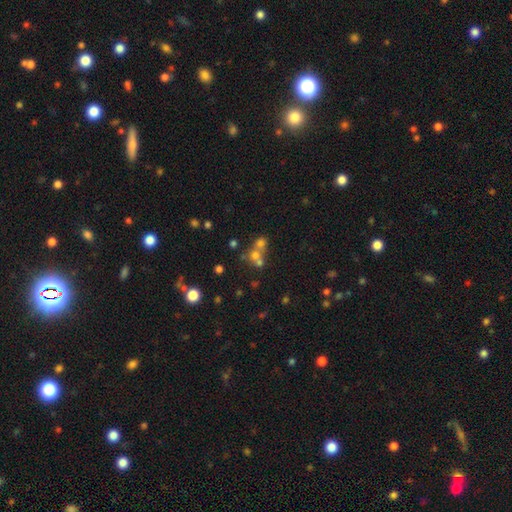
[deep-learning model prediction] smooth-or-featured: smooth: 56% | star or artifact: 23% | featured or disk: 21%
  how-rounded: round: 83% | in between: 16% | cigar-shaped: 1%
  merging: merger: 53% | none: 37% | minor disturbance: 6% | major disturbance: 4%